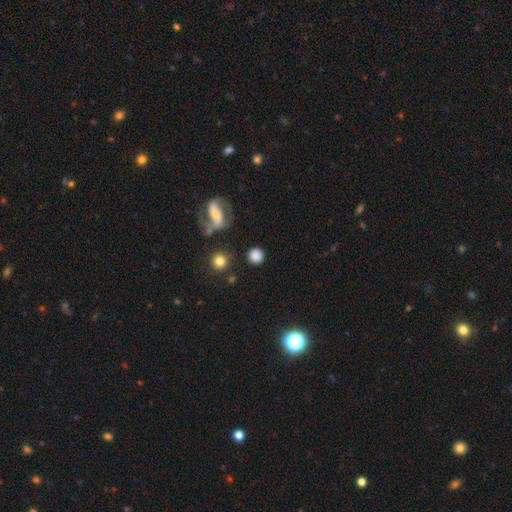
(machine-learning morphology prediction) type=smooth (78%); roundness=round (87%); merging=none (83%).